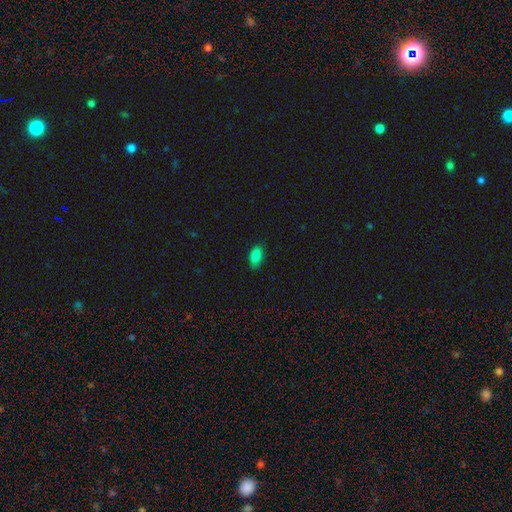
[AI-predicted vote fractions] Overall: smooth (86%). How rounded: in between (92%). Merging: none (83%).